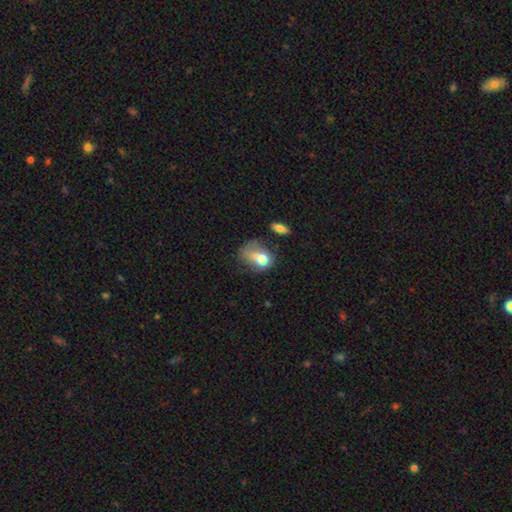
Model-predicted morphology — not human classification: Overall: smooth (67%). How rounded: in between (62%; round 36%). Merging: major disturbance (35%; minor disturbance 27%).